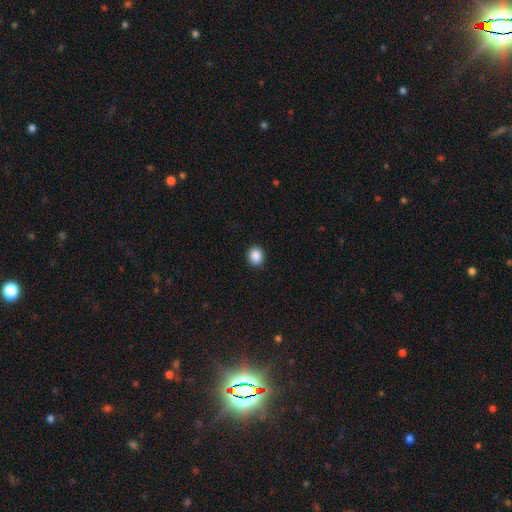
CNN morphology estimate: Smooth or featured?
  - smooth: 89% *
  - star or artifact: 9%
  - featured or disk: 2%
How rounded?
  - round: 73% *
  - in between: 26%
  - cigar-shaped: 1%
Merging?
  - none: 91% *
  - minor disturbance: 6%
  - major disturbance: 2%
  - merger: 1%